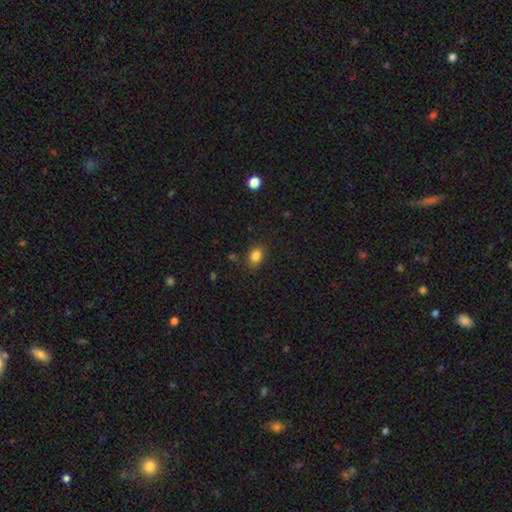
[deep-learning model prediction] Morphology: type=smooth (84%); roundness=in between (66%); merging=none (81%).